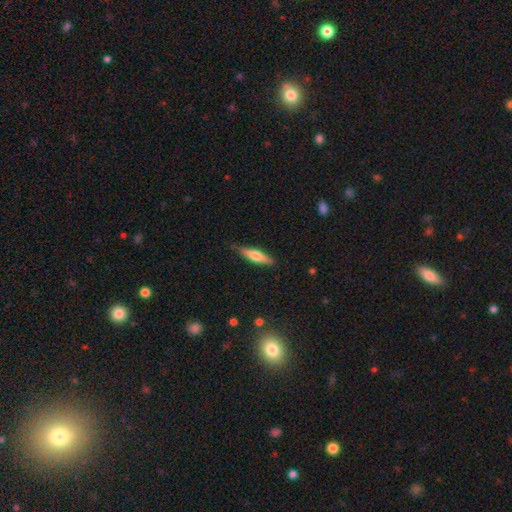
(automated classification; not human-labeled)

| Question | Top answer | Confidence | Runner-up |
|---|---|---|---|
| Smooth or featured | smooth | 60% | featured or disk (34%) |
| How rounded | cigar-shaped | 71% | in between (27%) |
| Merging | none | 82% | minor disturbance (14%) |